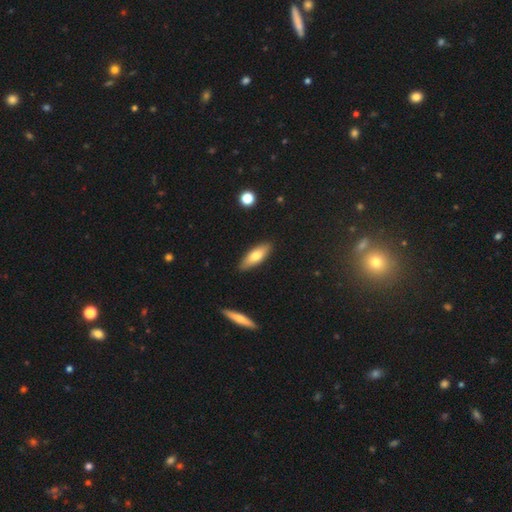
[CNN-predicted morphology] A smooth galaxy with no disk features (71%) that is in between round and cigar-shaped (61%). Merging: none (88%).